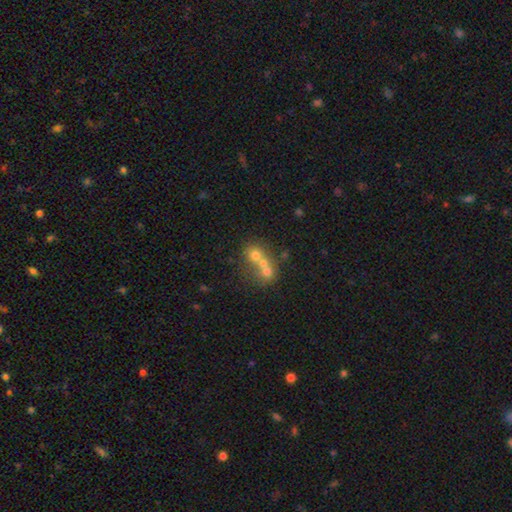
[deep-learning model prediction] Smooth or featured? Predicted: smooth (p=0.58). How rounded? Predicted: round (p=0.75). Merging? Predicted: merger (p=0.63).